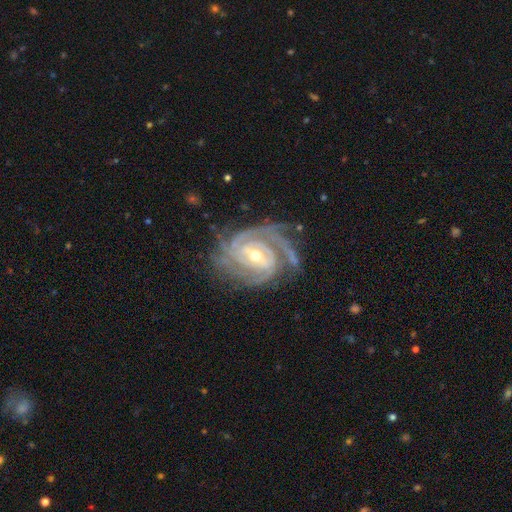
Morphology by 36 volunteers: smooth_or_featured: featured or disk (p=0.97) [alt: star or artifact p=0.03]
disk_edge_on: no (p=0.97) [alt: yes p=0.03]
bar: weak (p=0.47) [alt: strong p=0.32]
has_spiral_arms: yes (p=1.00)
spiral_winding: tight (p=0.76) [alt: medium p=0.24]
spiral_arm_count: 3 (p=0.32) [alt: 4 p=0.29]
bulge_size: moderate (p=0.59) [alt: small p=0.41]
merging: none (p=0.49) [alt: minor disturbance p=0.31]